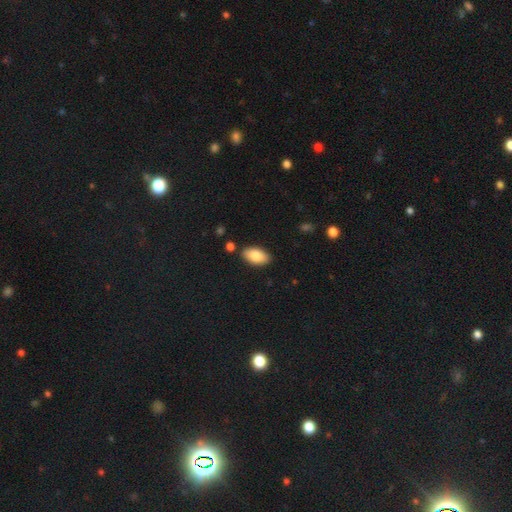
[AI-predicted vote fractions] This is clearly a smooth galaxy (85%). How rounded: clearly in between (95%). Merging: clearly none (84%).